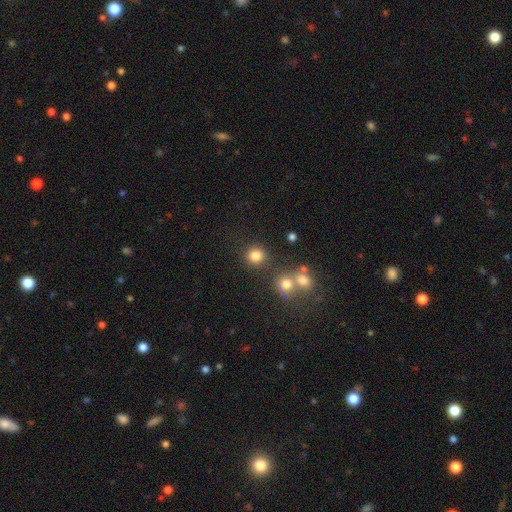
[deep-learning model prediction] Smooth or featured?
  - smooth: 82% *
  - star or artifact: 13%
  - featured or disk: 5%
How rounded?
  - round: 88% *
  - in between: 11%
  - cigar-shaped: 1%
Merging?
  - none: 80% *
  - merger: 9%
  - minor disturbance: 8%
  - major disturbance: 3%